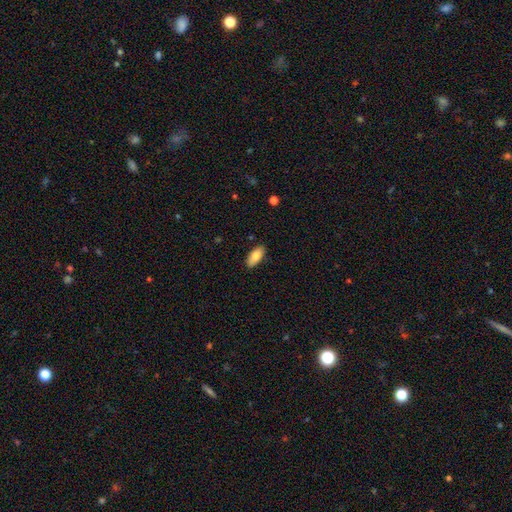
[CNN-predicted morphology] type=smooth (82%); roundness=in between (88%); merging=none (87%).